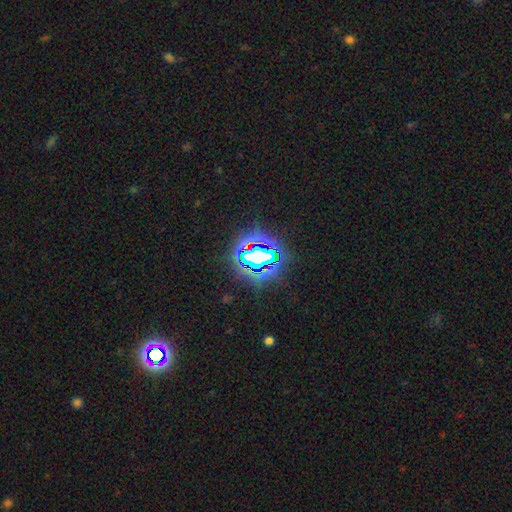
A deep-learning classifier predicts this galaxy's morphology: Q: Smooth or featured?
A: star or artifact (74%); runner-up: smooth (15%)